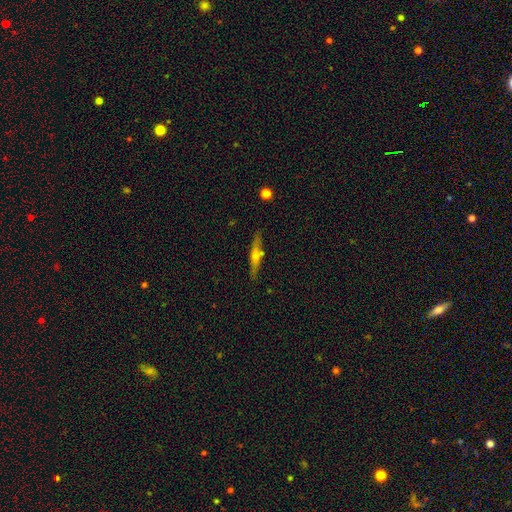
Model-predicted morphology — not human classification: featured or disk 56%, smooth 37%, star or artifact 7%. Down the decision tree: edge-on disk — yes (93%); edge-on bulge — rounded (82%); merging — none (81%).